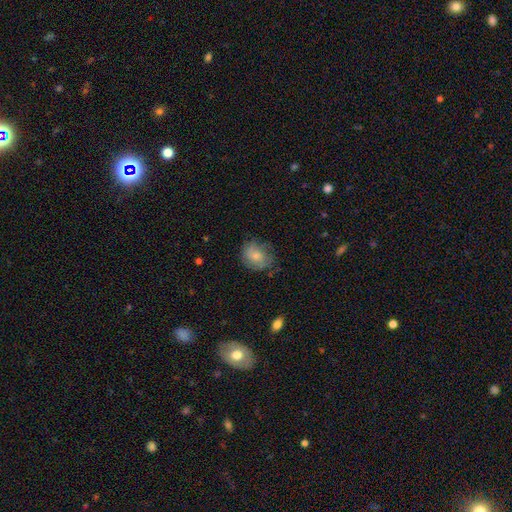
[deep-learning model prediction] Smooth or featured? Predicted: smooth (p=0.71). How rounded? Predicted: round (p=0.50). Merging? Predicted: none (p=0.64).